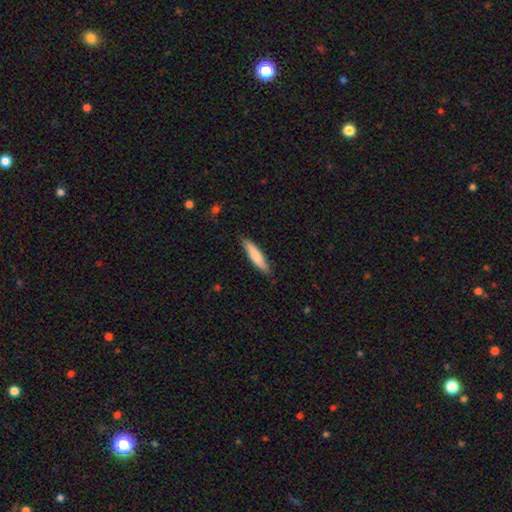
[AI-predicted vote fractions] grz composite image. It shows a smooth galaxy with no disk features (76%) that is cigar-shaped (83%). Merging: none (84%).